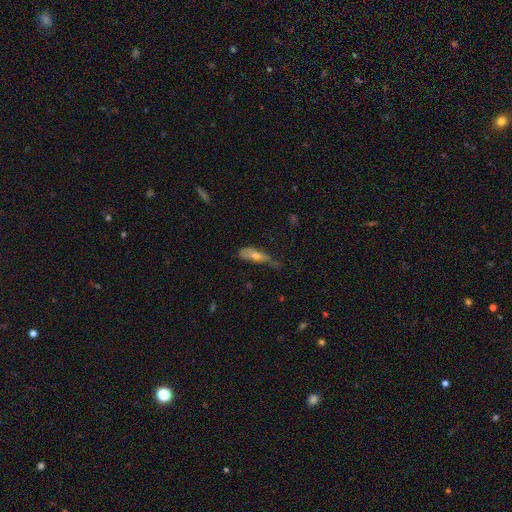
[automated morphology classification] Overall: smooth (52%; featured or disk 40%). How rounded: cigar-shaped (56%; in between 41%). Merging: minor disturbance (37%; none 31%).